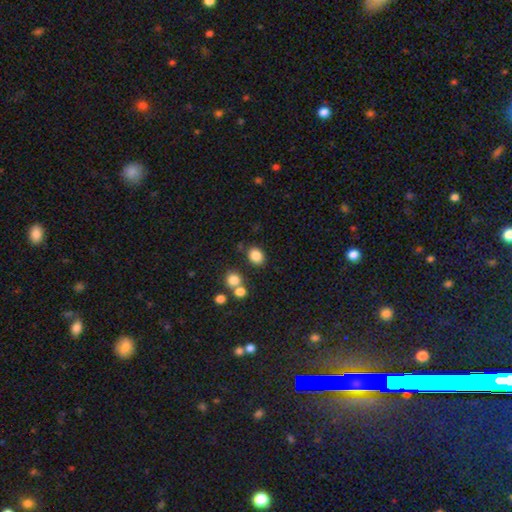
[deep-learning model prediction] Q: Smooth or featured?
A: smooth (84%); runner-up: star or artifact (11%)
Q: How rounded?
A: in between (52%); runner-up: round (47%)
Q: Merging?
A: none (79%); runner-up: minor disturbance (11%)